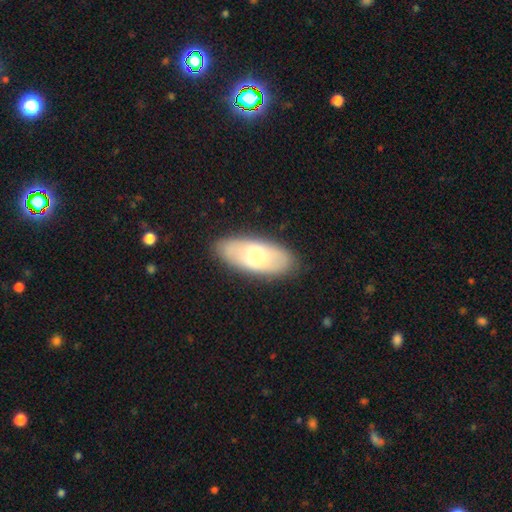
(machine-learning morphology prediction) Smooth or featured? smooth (61%)
How rounded? in between (85%)
Merging? none (86%)